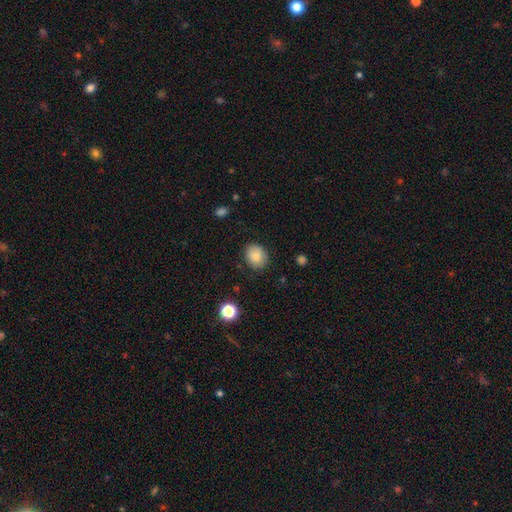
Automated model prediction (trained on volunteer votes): This appears to be a smooth galaxy with no disk features (83%) that is round (57%). Merging: none (84%).